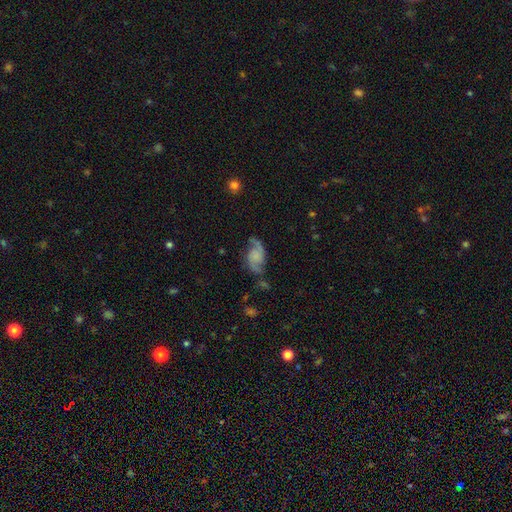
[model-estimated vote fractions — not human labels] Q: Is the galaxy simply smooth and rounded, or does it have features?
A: featured or disk — 82%.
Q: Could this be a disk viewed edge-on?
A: no — 97%.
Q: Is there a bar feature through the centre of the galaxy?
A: no — 64%.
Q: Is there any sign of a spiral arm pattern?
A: yes — 96%.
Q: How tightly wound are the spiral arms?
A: loose — 54%.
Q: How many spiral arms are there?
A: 2 — 93%.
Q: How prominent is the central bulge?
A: none — 41%.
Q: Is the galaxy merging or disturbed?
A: none — 68%.